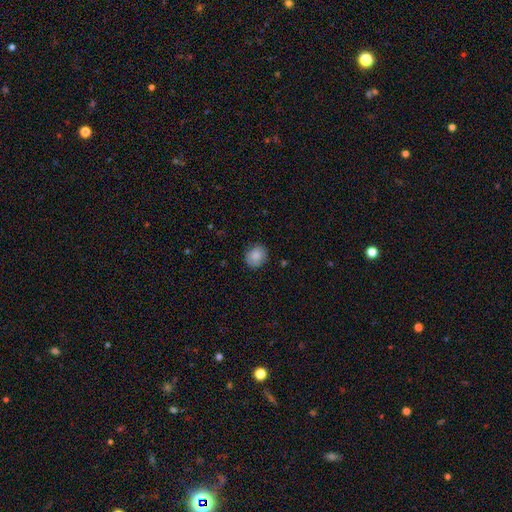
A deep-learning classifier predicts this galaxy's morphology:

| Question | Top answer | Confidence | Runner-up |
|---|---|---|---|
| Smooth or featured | smooth | 86% | star or artifact (8%) |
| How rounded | round | 73% | in between (27%) |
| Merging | none | 85% | minor disturbance (11%) |